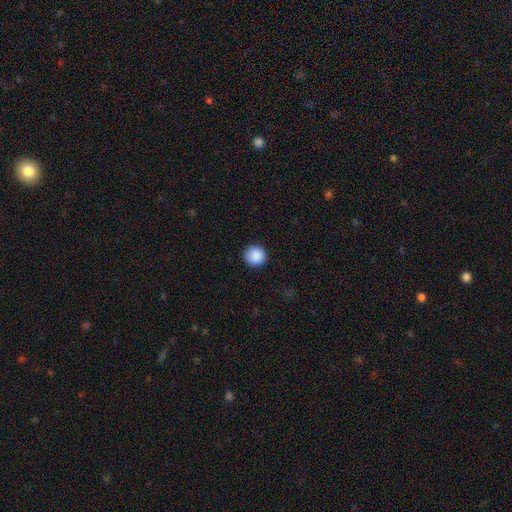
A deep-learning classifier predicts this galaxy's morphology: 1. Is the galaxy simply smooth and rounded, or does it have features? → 89% smooth, 8% star or artifact, 3% featured or disk.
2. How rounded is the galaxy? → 95% round, 4% in between, 1% cigar-shaped.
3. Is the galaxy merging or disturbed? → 91% none, 6% minor disturbance, 2% major disturbance, 1% merger.